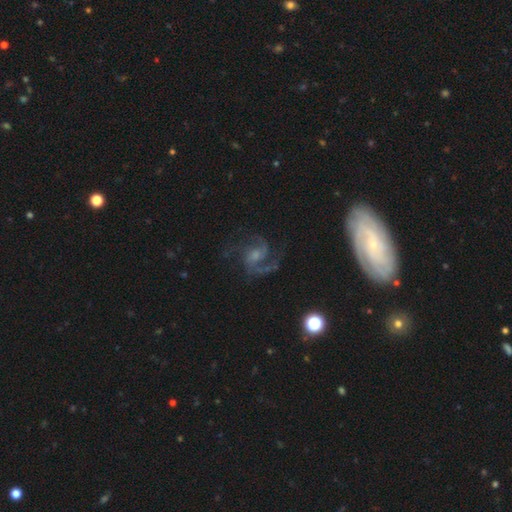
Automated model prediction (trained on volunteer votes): Smooth or featured: featured or disk — 88% (star or artifact — 7%)
Edge-on disk: no — 98% (yes — 2%)
Bar: no — 50% (weak — 41%)
Spiral arms: yes — 97% (no — 3%)
Spiral winding: medium — 60% (loose — 24%)
Spiral arm count: 2 — 64% (3 — 18%)
Bulge size: small — 43% (moderate — 35%)
Merging: none — 66% (minor disturbance — 16%)